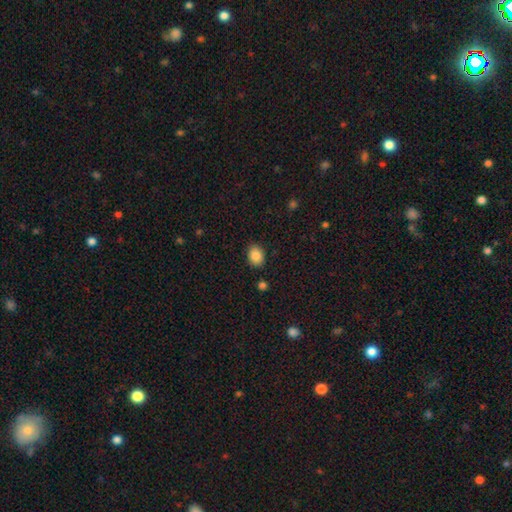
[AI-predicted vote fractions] Overall: smooth (88%). How rounded: in between (59%; round 40%). Merging: none (87%).